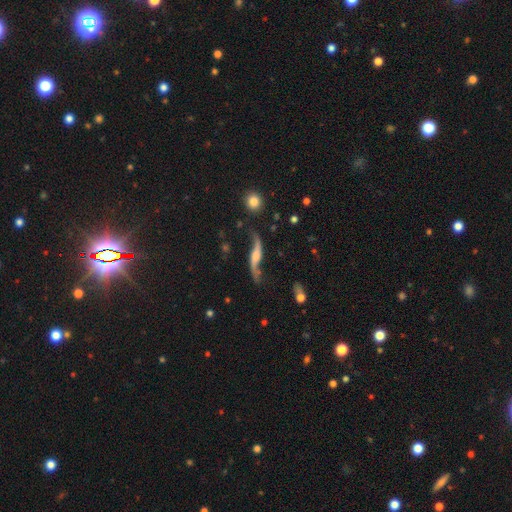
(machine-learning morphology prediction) A featured or disk galaxy (85%) with no bar (50%), 2 (93%) loose (94%) spiral arms (95%) and a moderate central bulge (38%). Merging: none (66%).